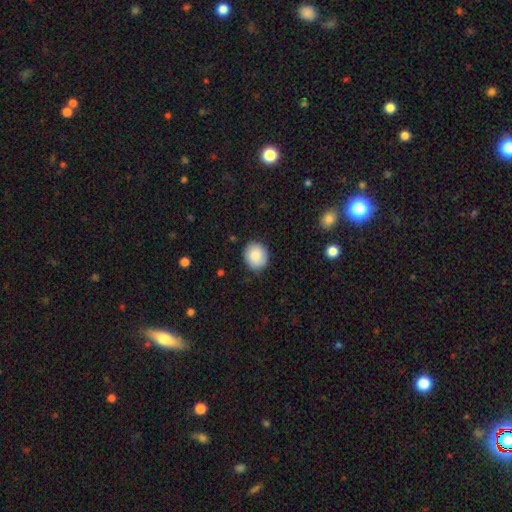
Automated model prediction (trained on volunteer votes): Smooth or featured? Predicted: smooth (p=0.85). How rounded? Predicted: round (p=0.76). Merging? Predicted: none (p=0.87).